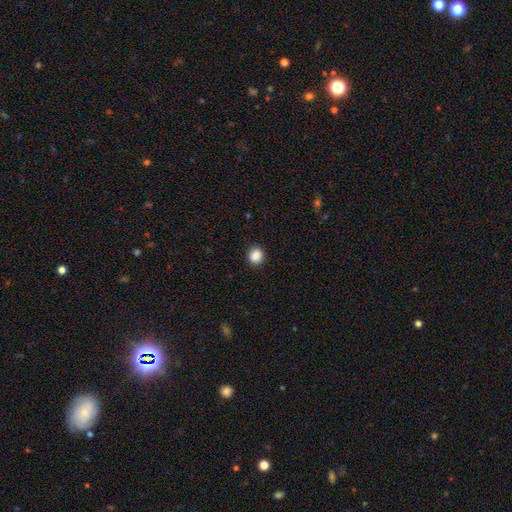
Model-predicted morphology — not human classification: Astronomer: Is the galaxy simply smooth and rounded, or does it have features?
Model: smooth — 88%.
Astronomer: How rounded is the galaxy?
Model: round — 82%.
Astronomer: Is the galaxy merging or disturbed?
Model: none — 91%.